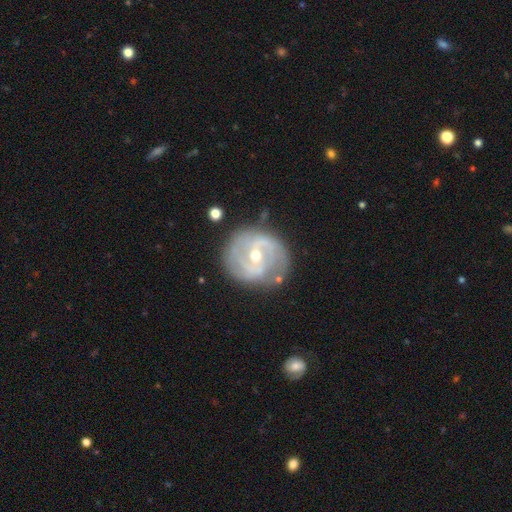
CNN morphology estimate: This is clearly a featured or disk galaxy (83%). It is clearly not viewed edge-on (97%). Bar: possibly weak (49%). Spiral arm pattern: clearly yes (90%). Spiral arm count: likely 2 (69%). Spiral winding: marginally tight (44%). Central bulge: possibly moderate (59%). Merging: likely none (74%).